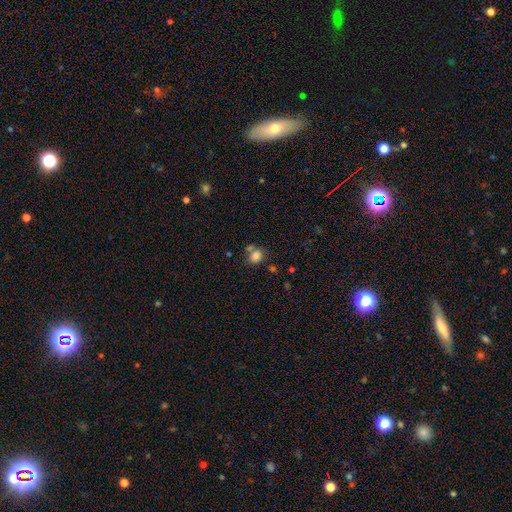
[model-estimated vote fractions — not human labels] smooth-or-featured: smooth: 81% | star or artifact: 12% | featured or disk: 7%
  how-rounded: round: 63% | in between: 36% | cigar-shaped: 1%
  merging: none: 55% | merger: 22% | minor disturbance: 16% | major disturbance: 7%